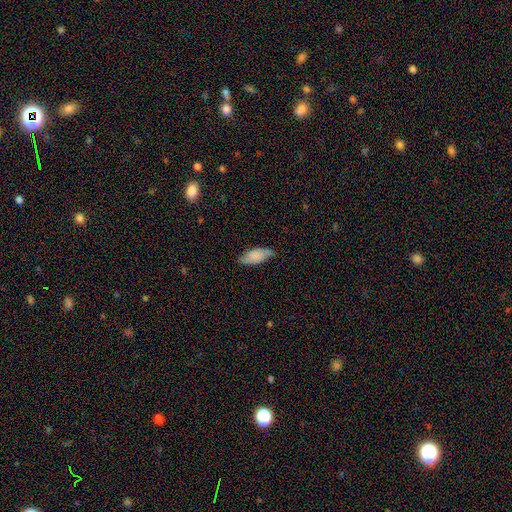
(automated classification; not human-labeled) smooth_or_featured: smooth (p=0.81) [alt: featured or disk p=0.12]
how_rounded: in between (p=0.84) [alt: cigar-shaped p=0.14]
merging: none (p=0.65) [alt: minor disturbance p=0.28]